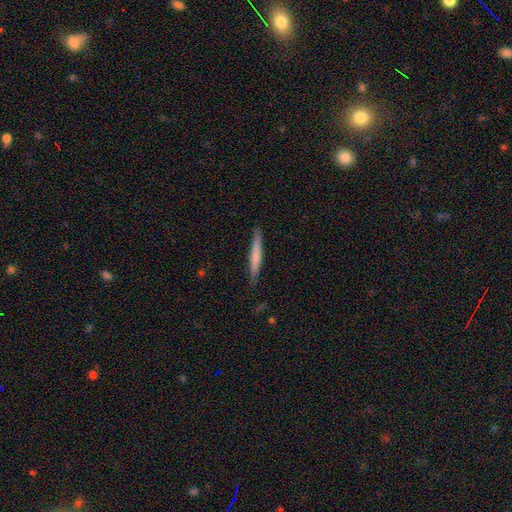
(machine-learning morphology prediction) smooth 63%, featured or disk 31%, star or artifact 5%. Down the decision tree: how rounded — cigar-shaped (95%); merging — none (86%).